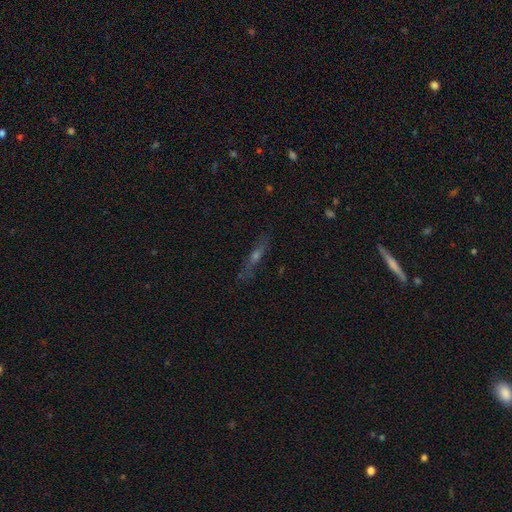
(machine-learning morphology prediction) Smooth or featured? Predicted: featured or disk (p=0.55). Edge-on disk? Predicted: yes (p=0.84). Merging? Predicted: none (p=0.82).